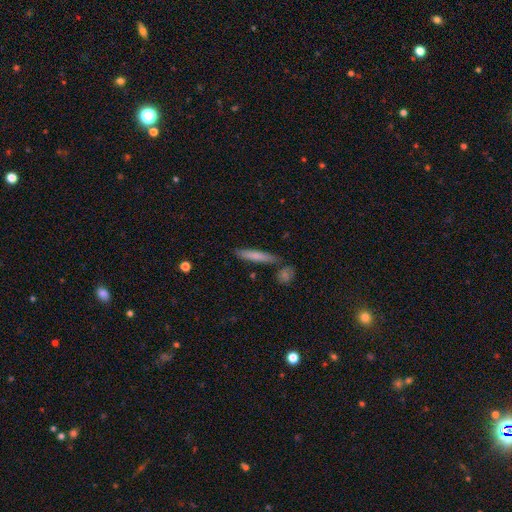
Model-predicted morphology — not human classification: Smooth or featured? smooth (75%)
How rounded? cigar-shaped (90%)
Merging? none (82%)